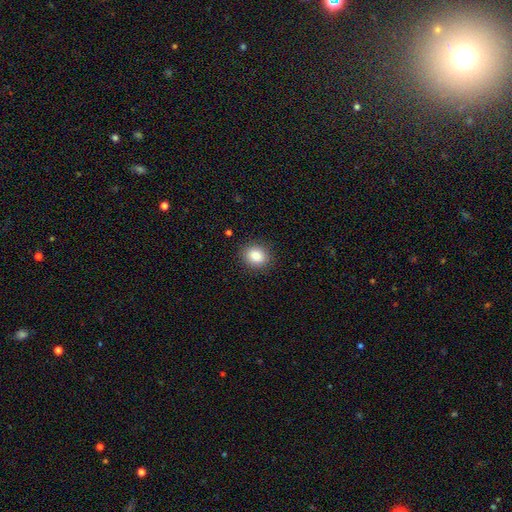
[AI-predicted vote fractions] smooth_or_featured: smooth (p=0.86) [alt: star or artifact p=0.09]
how_rounded: round (p=0.59) [alt: in between p=0.40]
merging: none (p=0.88) [alt: minor disturbance p=0.08]